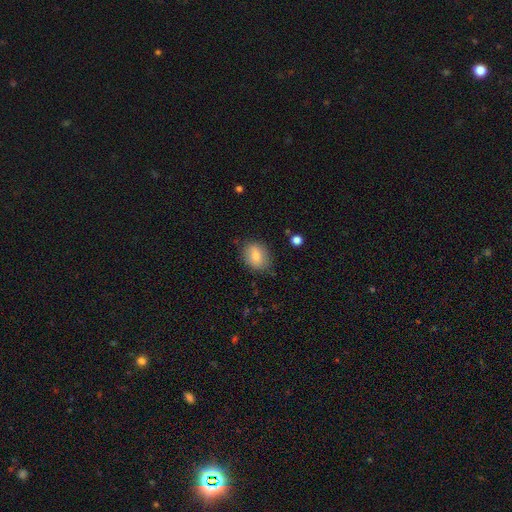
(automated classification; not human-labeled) smooth 78%, featured or disk 13%, star or artifact 8%. Down the decision tree: how rounded — in between (54%); merging — none (81%).